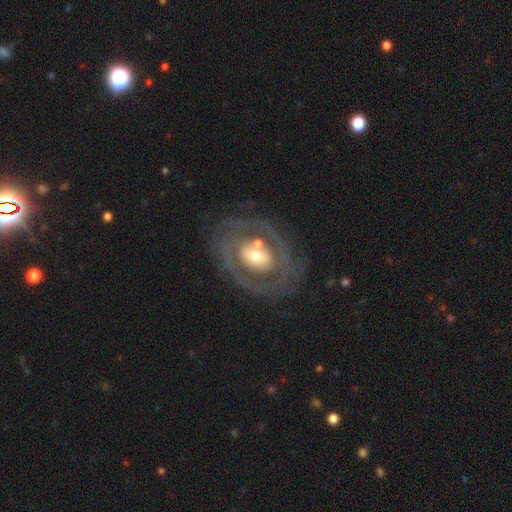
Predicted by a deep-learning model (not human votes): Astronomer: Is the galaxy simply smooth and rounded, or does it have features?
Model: featured or disk — 75%.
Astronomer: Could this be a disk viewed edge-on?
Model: no — 95%.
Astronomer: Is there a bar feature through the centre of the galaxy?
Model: no — 66%.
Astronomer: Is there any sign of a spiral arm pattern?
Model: no — 52% (runner-up: yes, 48%).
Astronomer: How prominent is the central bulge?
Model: moderate — 56%.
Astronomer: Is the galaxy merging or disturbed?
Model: none — 69%.